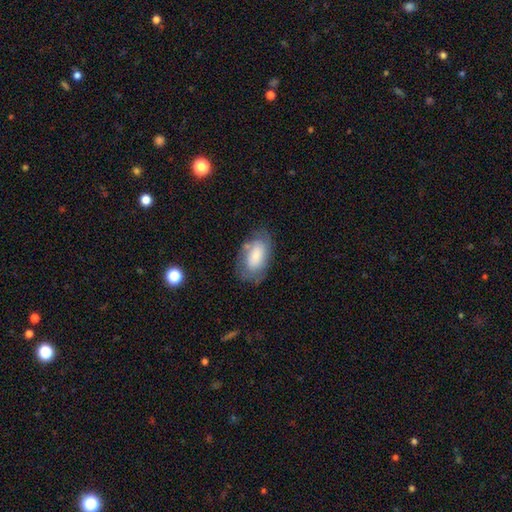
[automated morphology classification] type=smooth (68%); roundness=in between (93%); merging=none (65%).